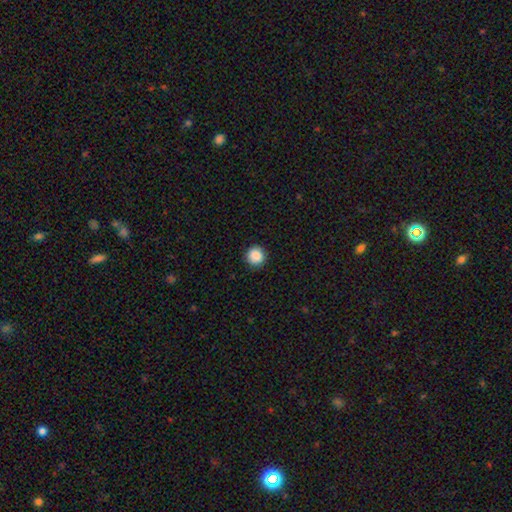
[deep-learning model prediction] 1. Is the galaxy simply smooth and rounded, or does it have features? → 88% smooth, 9% star or artifact, 3% featured or disk.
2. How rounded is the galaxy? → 94% round, 5% in between, 1% cigar-shaped.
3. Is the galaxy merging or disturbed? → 91% none, 6% minor disturbance, 2% major disturbance, 1% merger.